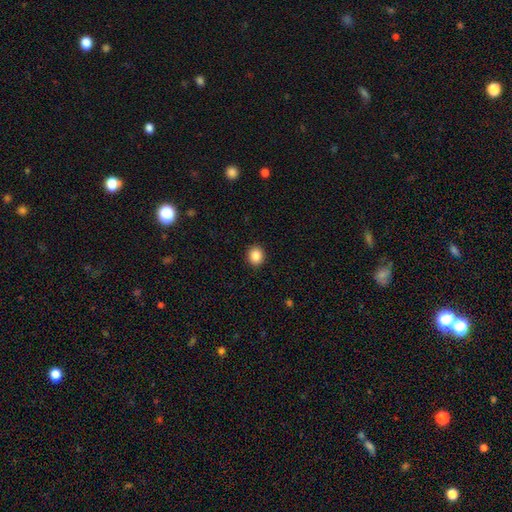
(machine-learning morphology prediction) Q: Smooth or featured?
A: smooth (87%); runner-up: star or artifact (9%)
Q: How rounded?
A: round (79%); runner-up: in between (20%)
Q: Merging?
A: none (92%); runner-up: minor disturbance (6%)